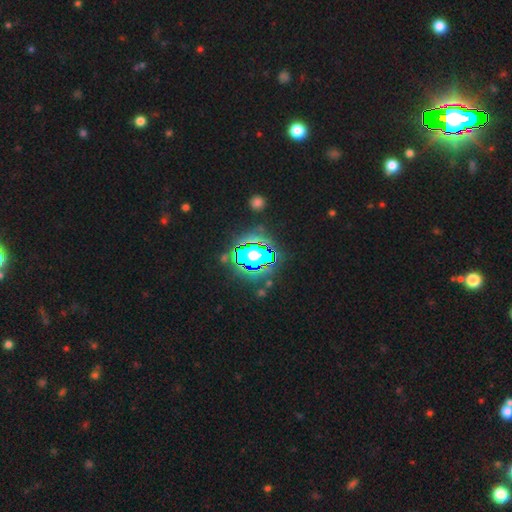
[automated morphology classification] This appears to be a star or artifact, not a galaxy (81%).